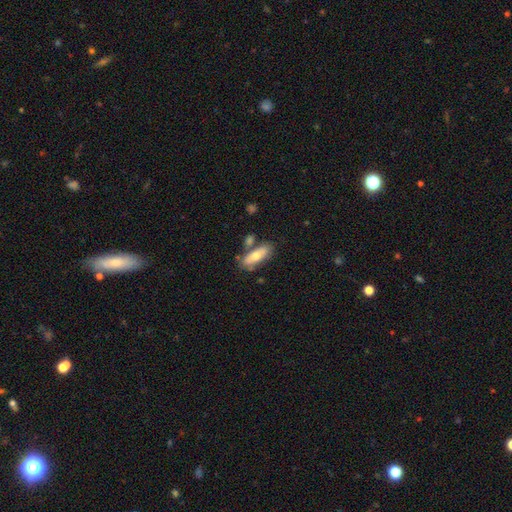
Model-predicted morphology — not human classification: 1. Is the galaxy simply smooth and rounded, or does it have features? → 64% smooth, 30% featured or disk, 6% star or artifact.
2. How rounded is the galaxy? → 70% in between, 27% cigar-shaped, 3% round.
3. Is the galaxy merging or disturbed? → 65% none, 16% minor disturbance, 15% merger, 4% major disturbance.